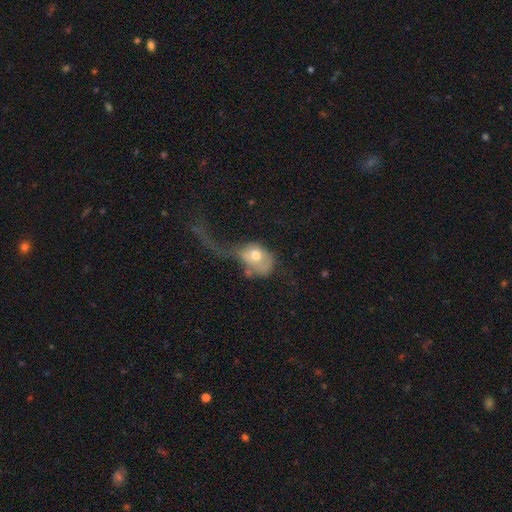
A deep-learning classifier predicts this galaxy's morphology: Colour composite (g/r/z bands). It shows a smooth galaxy with no disk features (62%) that is in between round and cigar-shaped (62%). Merging: major disturbance (64%).